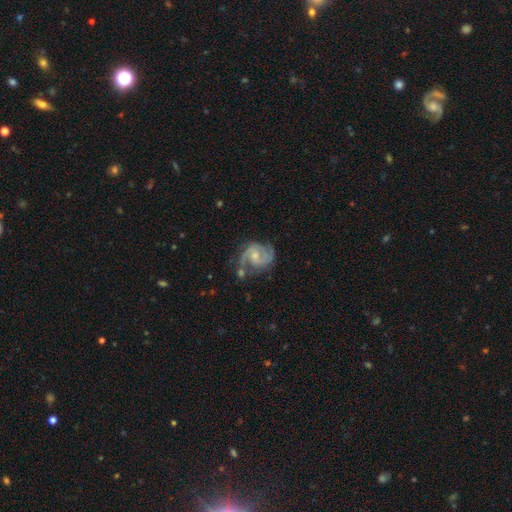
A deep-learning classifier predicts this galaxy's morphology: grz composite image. It shows a featured or disk galaxy (88%) with no bar (52%), 2 (77%) medium (53%) spiral arms (97%) and a small central bulge (48%). Merging: none (58%).